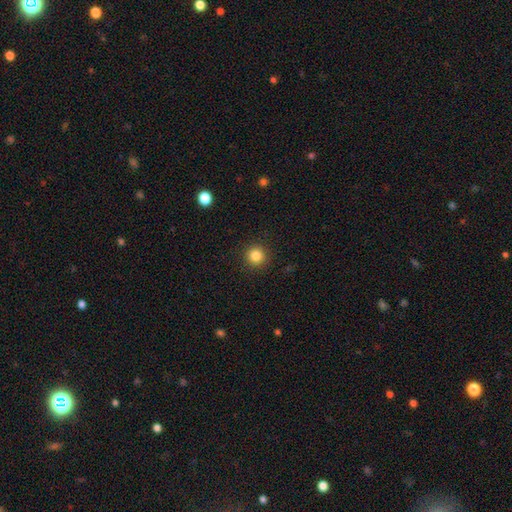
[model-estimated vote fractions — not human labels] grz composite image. It shows a smooth galaxy with no disk features (85%) that is round (95%). Merging: none (92%).